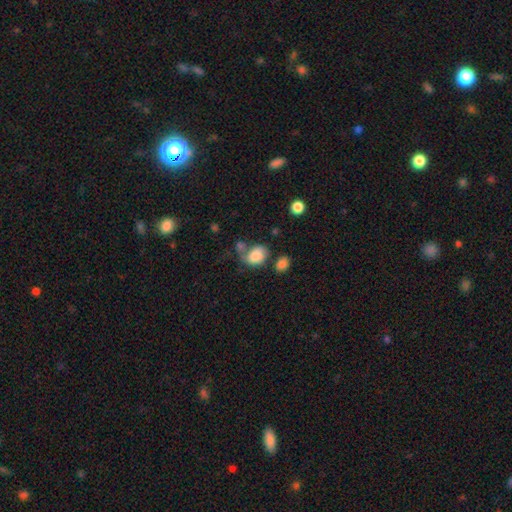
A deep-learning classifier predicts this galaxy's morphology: Overall: smooth (74%). How rounded: in between (55%; round 44%). Merging: none (35%; merger 25%).